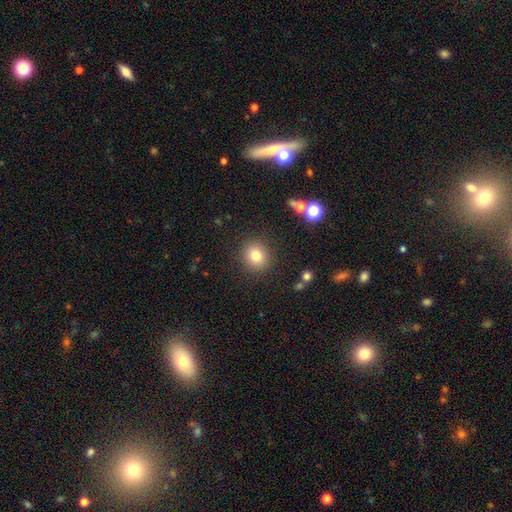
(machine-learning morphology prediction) type=smooth (80%); roundness=round (84%); merging=none (89%).